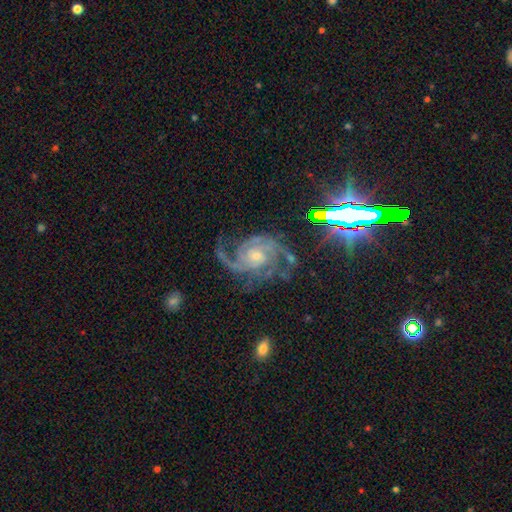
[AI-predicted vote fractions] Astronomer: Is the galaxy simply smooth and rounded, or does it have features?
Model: featured or disk — 90%.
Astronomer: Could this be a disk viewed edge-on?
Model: no — 98%.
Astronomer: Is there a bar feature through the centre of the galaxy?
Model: no — 68%.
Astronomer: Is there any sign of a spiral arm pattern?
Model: yes — 98%.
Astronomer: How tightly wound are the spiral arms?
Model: medium — 47% (runner-up: tight, 42%).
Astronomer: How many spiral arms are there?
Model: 2 — 39% (runner-up: 3, 30%).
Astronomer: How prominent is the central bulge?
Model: small — 62%.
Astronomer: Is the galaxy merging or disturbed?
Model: none — 65%.